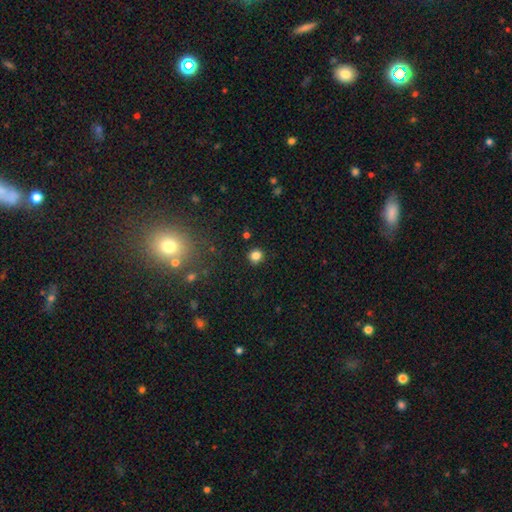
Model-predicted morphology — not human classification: The model was most divided on "smooth or featured": smooth: 82%, star or artifact: 13%, featured or disk: 5%. More confident: how rounded — round (91%); merging — none (90%).